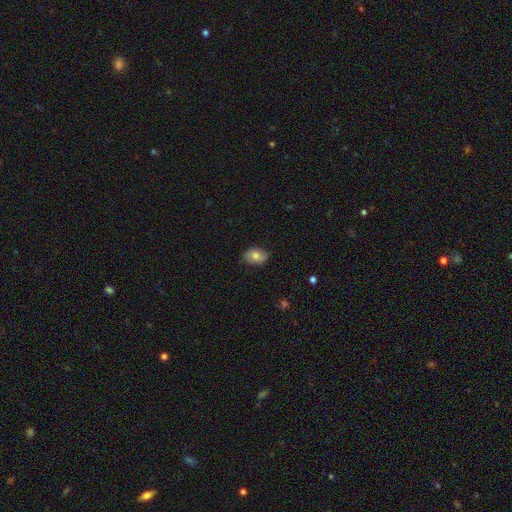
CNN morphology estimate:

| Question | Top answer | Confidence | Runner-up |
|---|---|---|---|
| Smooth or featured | smooth | 66% | featured or disk (25%) |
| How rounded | in between | 77% | round (22%) |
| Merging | none | 80% | minor disturbance (16%) |